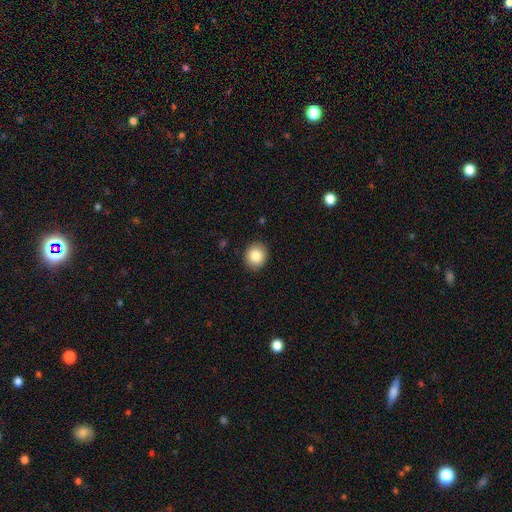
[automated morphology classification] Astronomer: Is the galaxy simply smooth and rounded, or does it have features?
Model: smooth — 85%.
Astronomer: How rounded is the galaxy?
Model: round — 68%.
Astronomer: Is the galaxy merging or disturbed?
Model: none — 90%.